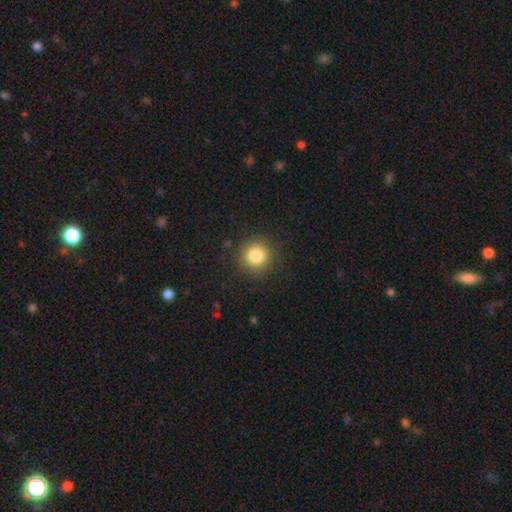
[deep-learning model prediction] Smooth or featured: smooth — 83% (star or artifact — 11%)
How rounded: round — 93% (in between — 6%)
Merging: none — 89% (minor disturbance — 7%)